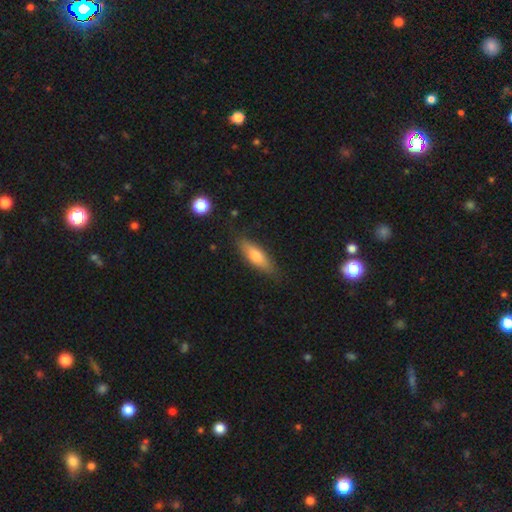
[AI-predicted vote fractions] Smooth or featured? smooth (67%)
How rounded? cigar-shaped (49%)
Merging? none (81%)